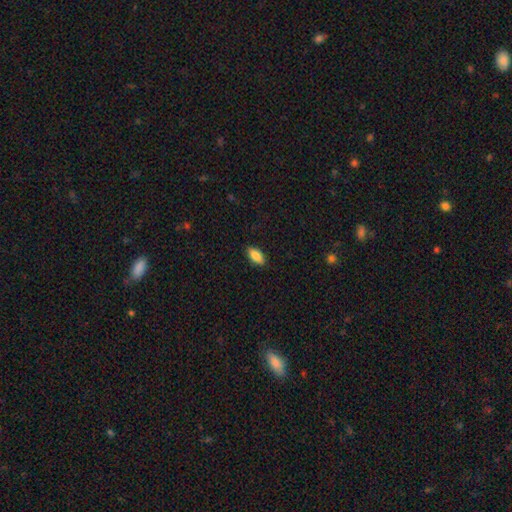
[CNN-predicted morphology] The model was most divided on "how rounded": in between: 88%, cigar-shaped: 10%, round: 2%. More confident: merging — none (89%); smooth or featured — smooth (87%).